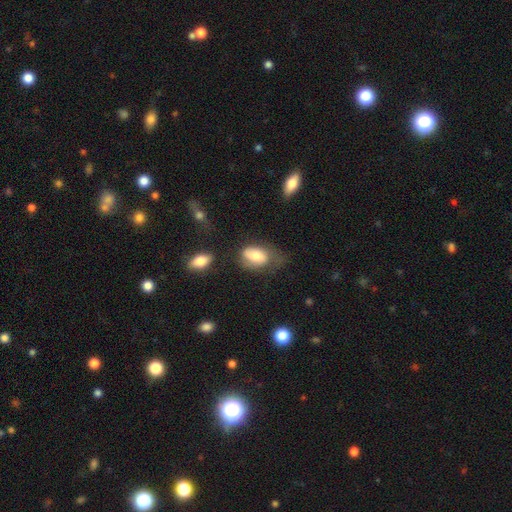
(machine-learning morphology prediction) Smooth or featured? Predicted: smooth (p=0.71). How rounded? Predicted: in between (p=0.86). Merging? Predicted: none (p=0.40).